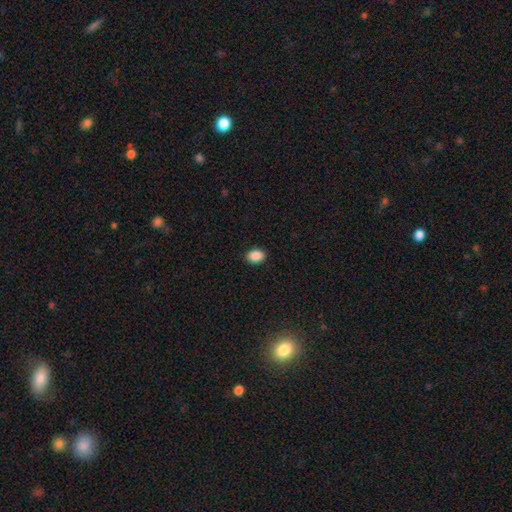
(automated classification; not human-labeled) Morphology: type=smooth (89%); roundness=in between (72%); merging=none (90%).